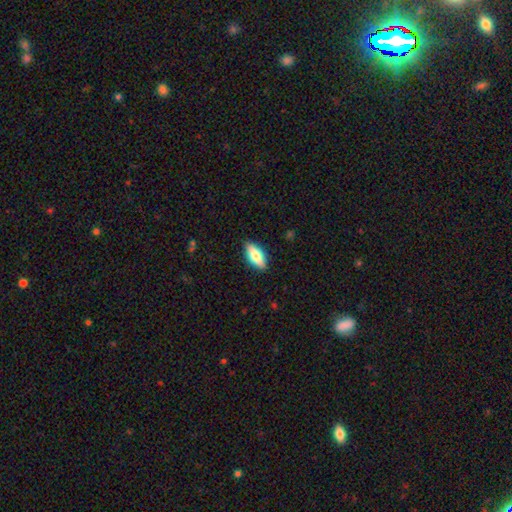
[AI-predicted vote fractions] Morphology: type=smooth (74%); roundness=in between (82%); merging=none (88%).